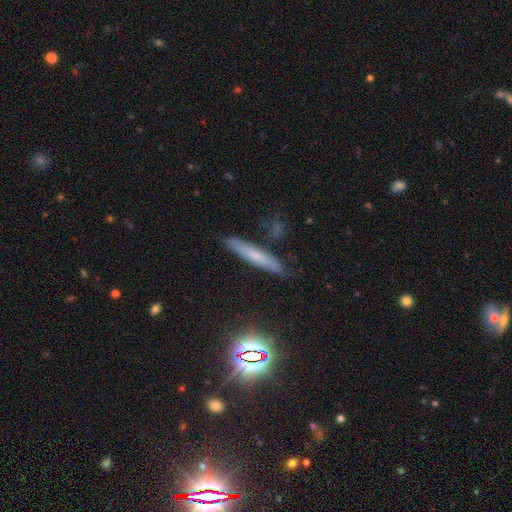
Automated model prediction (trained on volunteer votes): smooth 56%, featured or disk 31%, star or artifact 13%. Down the decision tree: how rounded — cigar-shaped (91%); merging — none (82%).